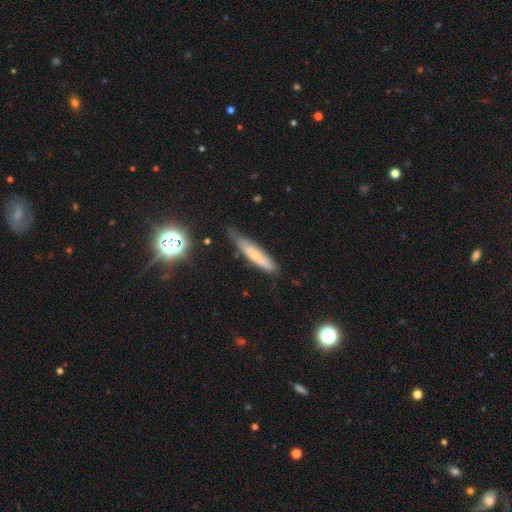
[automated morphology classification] Smooth or featured? Predicted: smooth (p=0.51). How rounded? Predicted: cigar-shaped (p=0.83). Merging? Predicted: none (p=0.61).